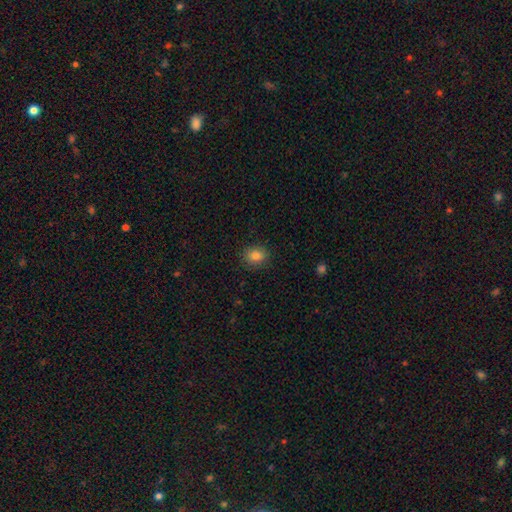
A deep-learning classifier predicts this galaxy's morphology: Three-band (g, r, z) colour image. It shows a smooth galaxy with no disk features (83%) that is round (65%). Merging: none (87%).